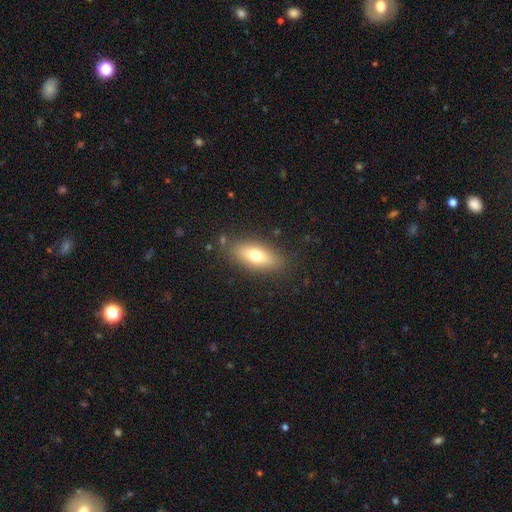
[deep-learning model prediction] Smooth or featured?
  - smooth: 68% *
  - featured or disk: 24%
  - star or artifact: 8%
How rounded?
  - in between: 75% *
  - cigar-shaped: 20%
  - round: 5%
Merging?
  - none: 82% *
  - minor disturbance: 12%
  - major disturbance: 4%
  - merger: 2%